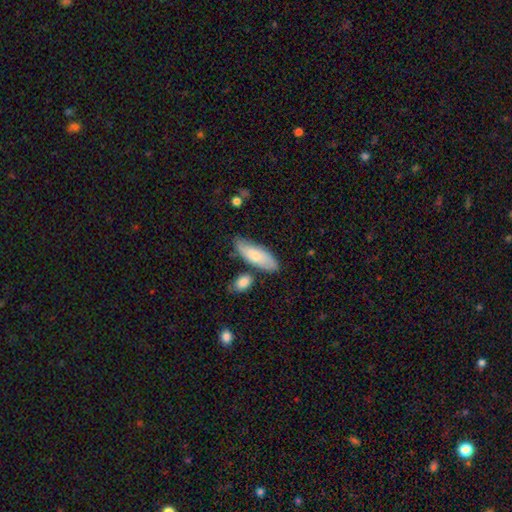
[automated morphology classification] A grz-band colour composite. It shows a smooth galaxy with no disk features (70%) that is in between round and cigar-shaped (70%). Merging: none (67%).